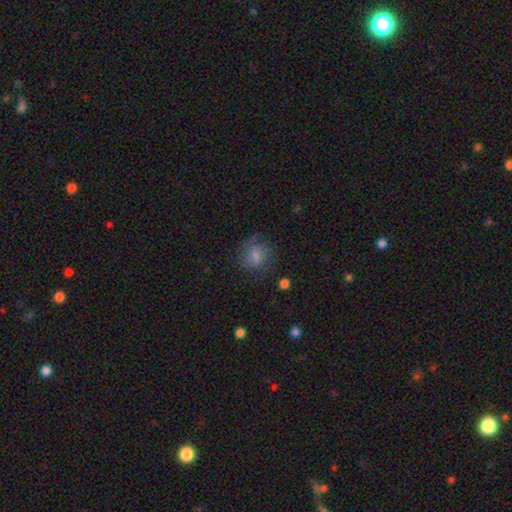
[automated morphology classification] The model was most divided on "smooth or featured": smooth: 65%, featured or disk: 21%, star or artifact: 14%. More confident: how rounded — round (74%); merging — none (73%).